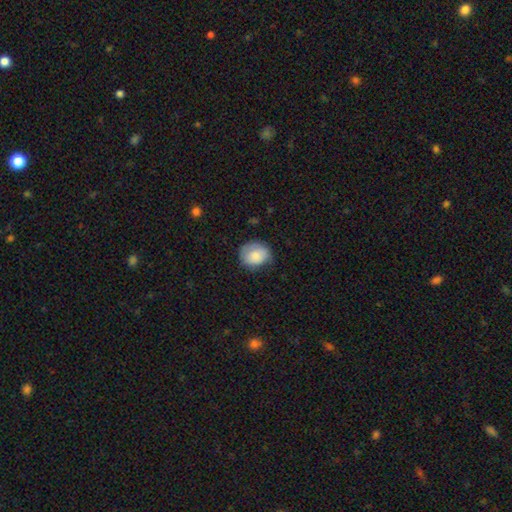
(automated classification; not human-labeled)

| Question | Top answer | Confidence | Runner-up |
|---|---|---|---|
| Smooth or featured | smooth | 82% | featured or disk (11%) |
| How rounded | round | 64% | in between (35%) |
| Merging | none | 64% | minor disturbance (27%) |